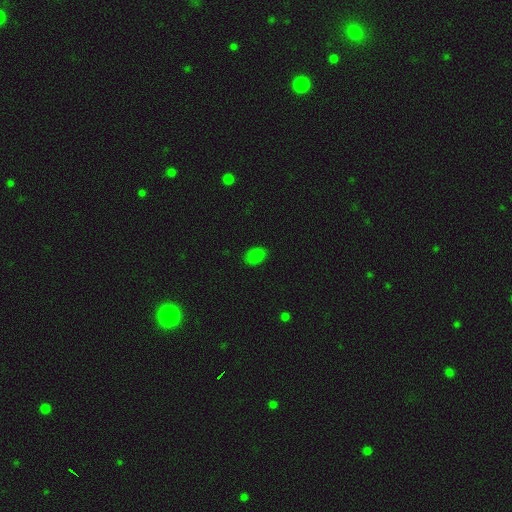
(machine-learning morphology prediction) The model was most divided on "smooth or featured": smooth: 83%, star or artifact: 14%, featured or disk: 4%. More confident: how rounded — in between (86%); merging — none (83%).